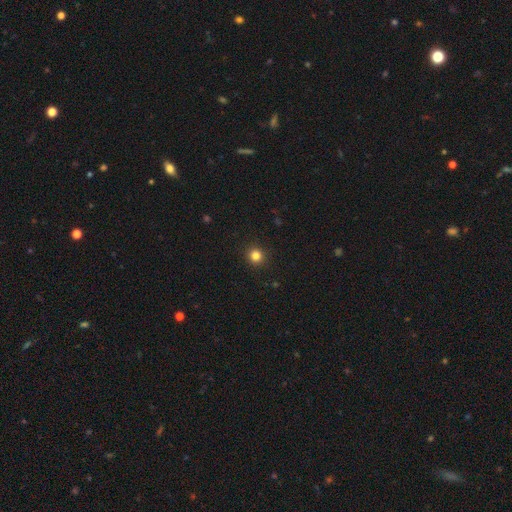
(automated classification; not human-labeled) smooth-or-featured: smooth: 83% | star or artifact: 13% | featured or disk: 4%
  how-rounded: round: 94% | in between: 5% | cigar-shaped: 1%
  merging: none: 93% | minor disturbance: 5% | major disturbance: 2% | merger: 1%